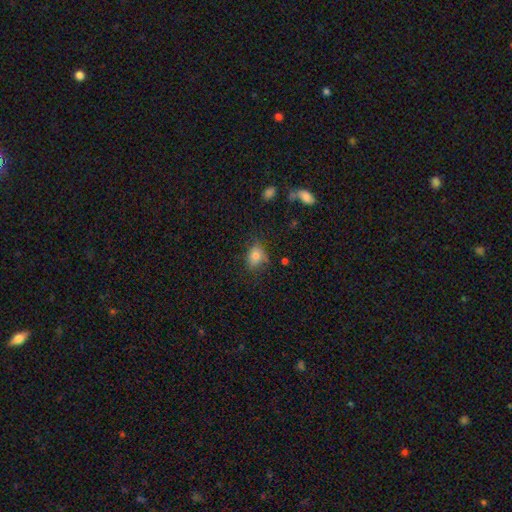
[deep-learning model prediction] This is likely a smooth galaxy (75%). How rounded: possibly in between (57%). Merging: likely none (62%).